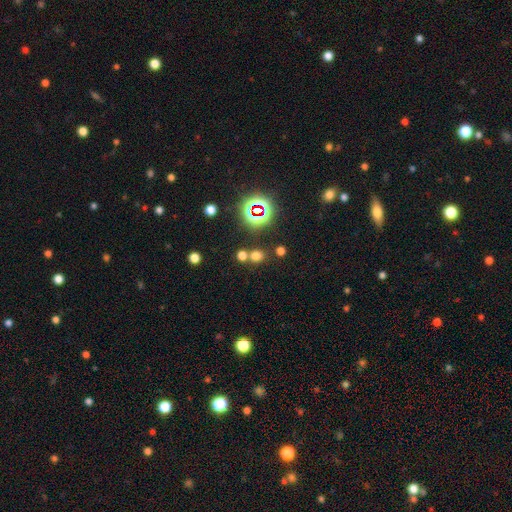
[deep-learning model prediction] smooth-or-featured: smooth: 62% | star or artifact: 31% | featured or disk: 7%
  how-rounded: round: 73% | in between: 26% | cigar-shaped: 1%
  merging: none: 67% | merger: 22% | minor disturbance: 8% | major disturbance: 3%